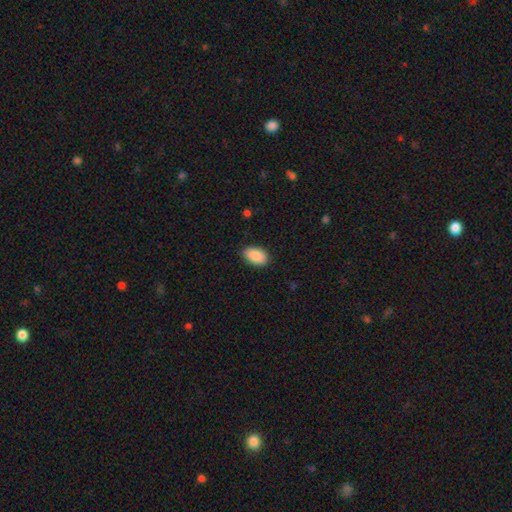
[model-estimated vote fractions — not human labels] smooth 89%, star or artifact 6%, featured or disk 4%. Down the decision tree: how rounded — in between (93%); merging — none (86%).